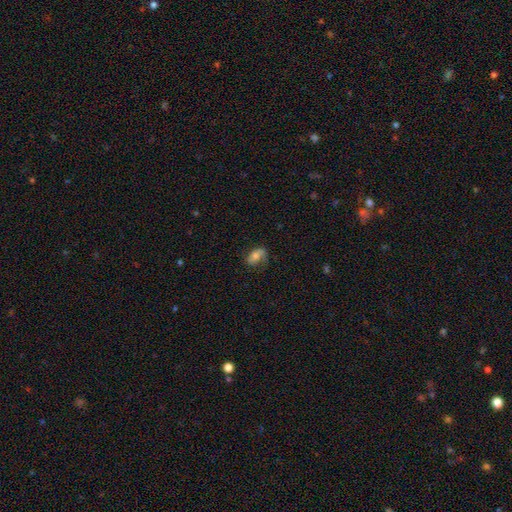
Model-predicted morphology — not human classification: Q: Smooth or featured?
A: smooth (52%); runner-up: featured or disk (40%)
Q: How rounded?
A: in between (86%); runner-up: round (10%)
Q: Merging?
A: none (58%); runner-up: minor disturbance (25%)